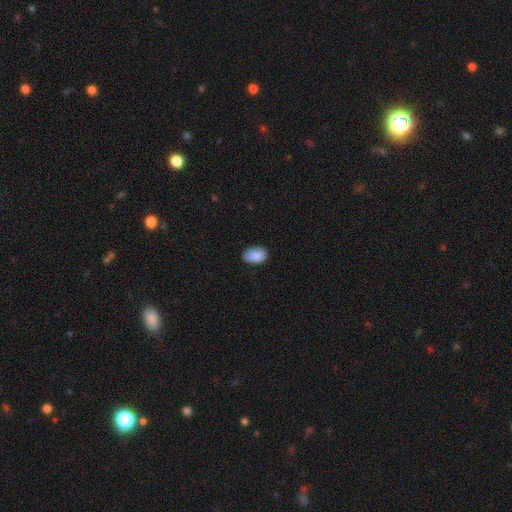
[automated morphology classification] A smooth galaxy with no disk features (89%) that is in between round and cigar-shaped (88%).

Vote fractions:
- Smooth or featured? smooth: 89% / star or artifact: 7% / featured or disk: 4%
- How rounded? in between: 88% / round: 11% / cigar-shaped: 1%
- Merging? none: 80% / minor disturbance: 17% / major disturbance: 3% / merger: 1%